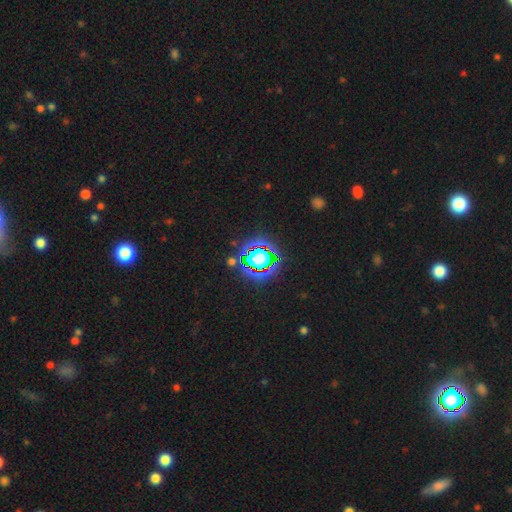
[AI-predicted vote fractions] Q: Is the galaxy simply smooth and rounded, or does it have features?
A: star or artifact — 73%.